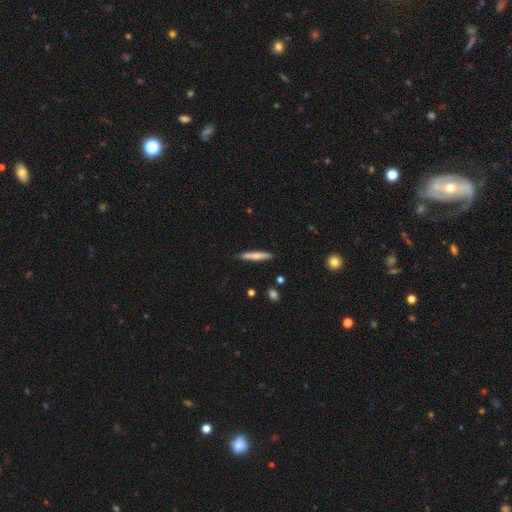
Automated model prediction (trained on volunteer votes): Smooth or featured?
  - smooth: 67% *
  - featured or disk: 27%
  - star or artifact: 6%
How rounded?
  - cigar-shaped: 93% *
  - in between: 6%
  - round: 1%
Merging?
  - none: 87% *
  - minor disturbance: 10%
  - major disturbance: 2%
  - merger: 2%